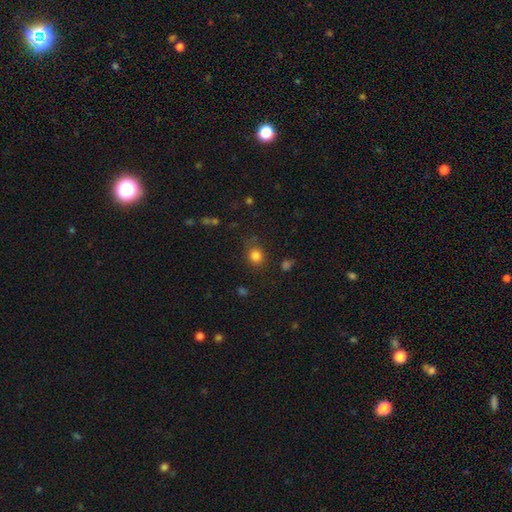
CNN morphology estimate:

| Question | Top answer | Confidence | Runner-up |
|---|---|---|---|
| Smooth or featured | smooth | 82% | star or artifact (13%) |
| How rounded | round | 79% | in between (20%) |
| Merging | none | 79% | minor disturbance (13%) |